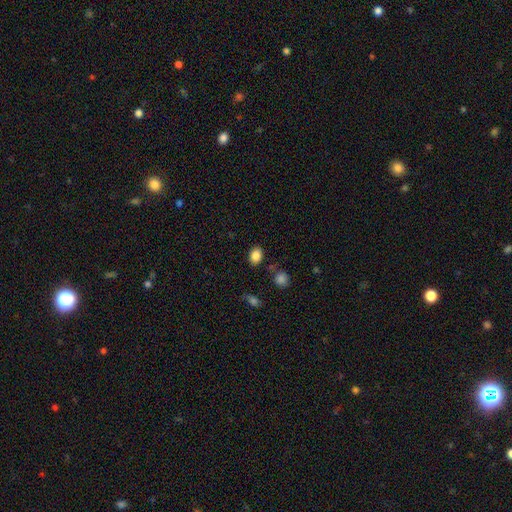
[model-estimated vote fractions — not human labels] This appears to be a smooth galaxy with no disk features (85%) that is in between round and cigar-shaped (68%). Merging: none (83%).